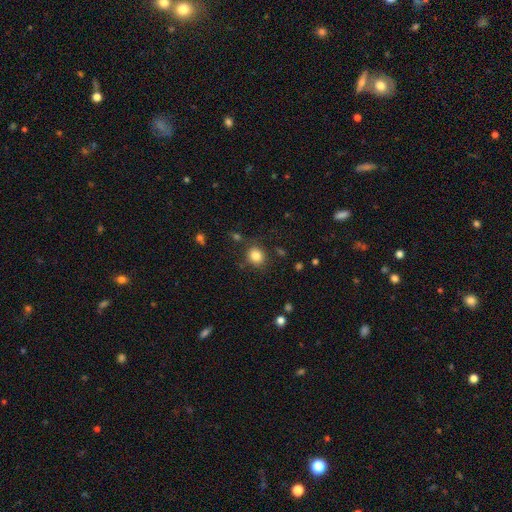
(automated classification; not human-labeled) A smooth galaxy with no disk features (83%) that is round (79%). Merging: none (82%).